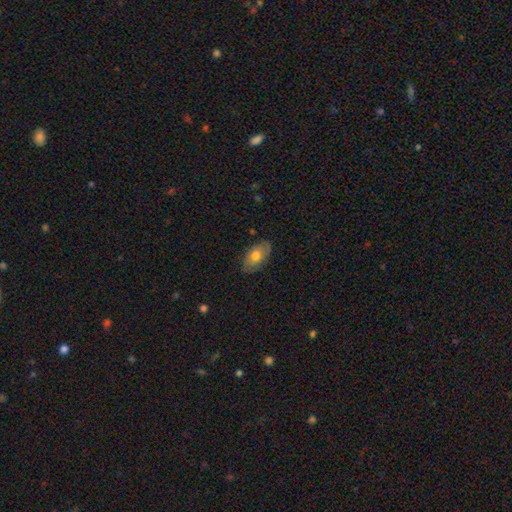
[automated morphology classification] type=smooth (65%); roundness=in between (92%); merging=none (80%).